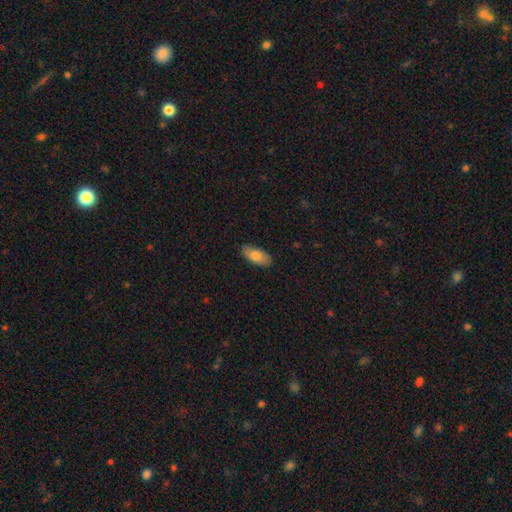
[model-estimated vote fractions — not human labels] smooth 81%, featured or disk 13%, star or artifact 6%. Down the decision tree: how rounded — in between (91%); merging — none (86%).